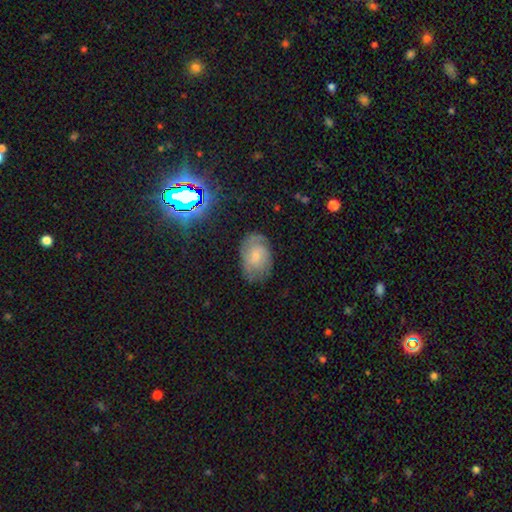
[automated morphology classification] type=featured or disk (48%); merging=none (67%).